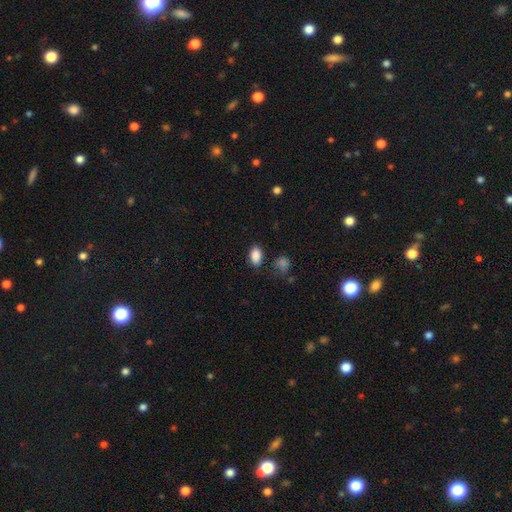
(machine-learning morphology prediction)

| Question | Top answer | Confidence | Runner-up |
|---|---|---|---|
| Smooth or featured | smooth | 87% | star or artifact (9%) |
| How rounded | in between | 88% | round (10%) |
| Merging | none | 75% | minor disturbance (17%) |